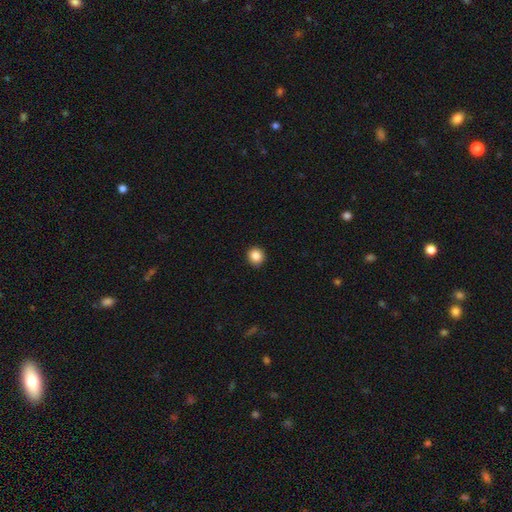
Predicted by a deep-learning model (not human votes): Smooth or featured? Predicted: smooth (p=0.87). How rounded? Predicted: round (p=0.91). Merging? Predicted: none (p=0.93).